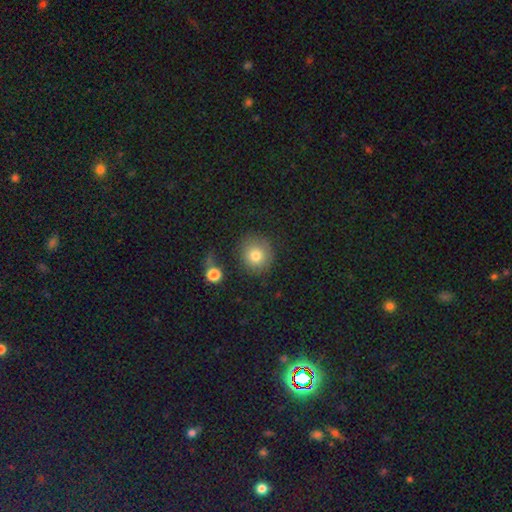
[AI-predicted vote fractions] Smooth or featured? smooth (79%)
How rounded? round (88%)
Merging? none (75%)